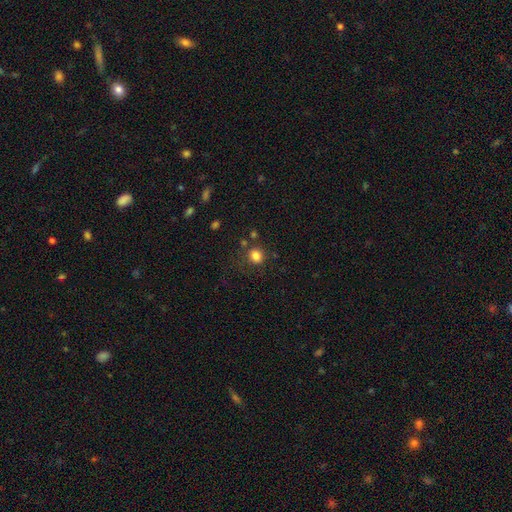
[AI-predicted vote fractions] Q: Smooth or featured?
A: smooth (83%); runner-up: star or artifact (12%)
Q: How rounded?
A: round (78%); runner-up: in between (22%)
Q: Merging?
A: none (76%); runner-up: minor disturbance (12%)